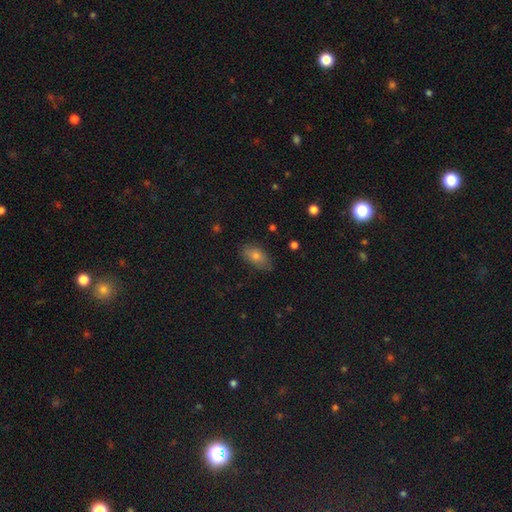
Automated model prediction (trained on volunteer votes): Smooth or featured? Predicted: smooth (p=0.73). How rounded? Predicted: in between (p=0.88). Merging? Predicted: none (p=0.80).